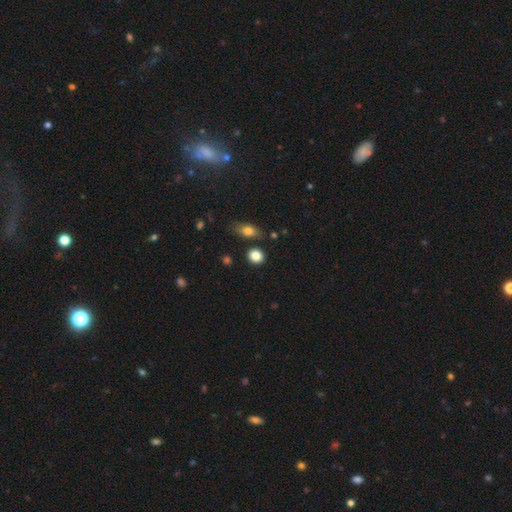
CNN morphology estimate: Smooth or featured? Predicted: smooth (p=0.85). How rounded? Predicted: round (p=0.75). Merging? Predicted: none (p=0.84).